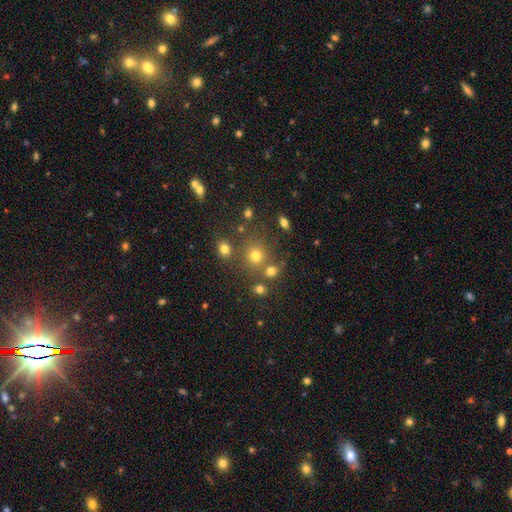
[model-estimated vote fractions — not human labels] Smooth or featured? smooth (68%)
How rounded? round (86%)
Merging? none (70%)